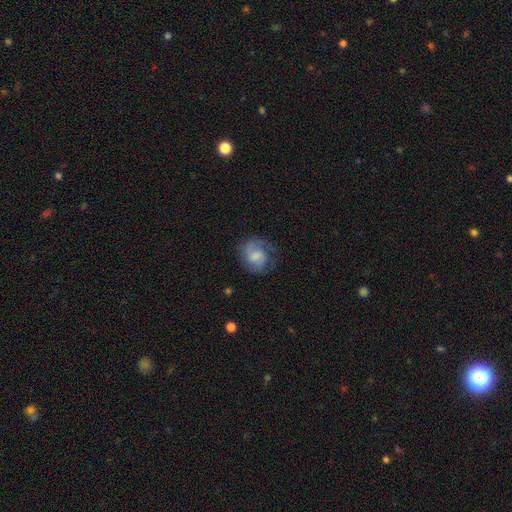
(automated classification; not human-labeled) This is possibly a featured or disk galaxy (56%). It is clearly not viewed edge-on (98%). Bar: possibly no (49%). Spiral arm pattern: clearly yes (87%). Central bulge: marginally moderate (38%). Merging: likely none (63%).